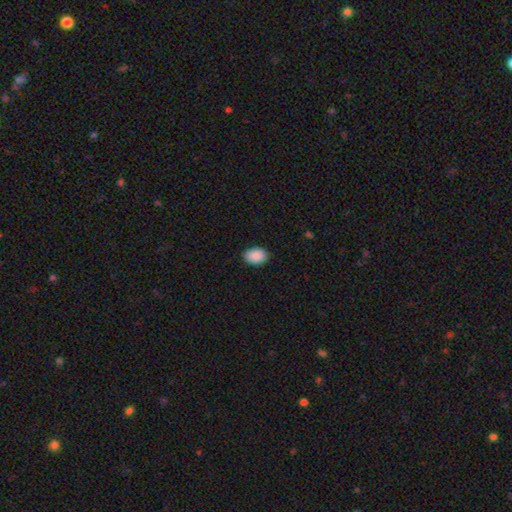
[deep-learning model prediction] A smooth galaxy with no disk features (91%) that is in between round and cigar-shaped (81%).

Vote fractions:
- Smooth or featured? smooth: 91% / star or artifact: 7% / featured or disk: 3%
- How rounded? in between: 81% / round: 18% / cigar-shaped: 1%
- Merging? none: 88% / minor disturbance: 9% / major disturbance: 2% / merger: 1%